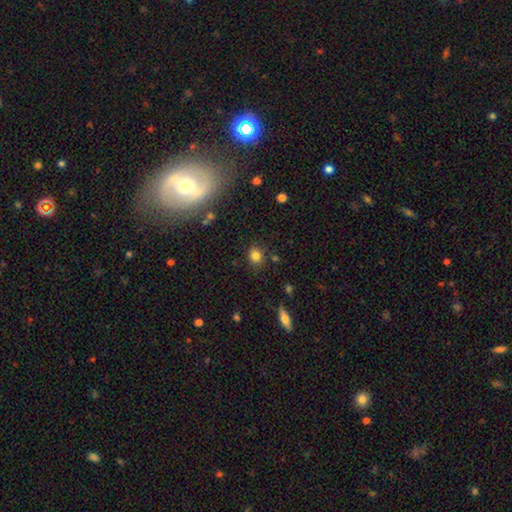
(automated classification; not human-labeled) Smooth or featured? Predicted: smooth (p=0.81). How rounded? Predicted: round (p=0.72). Merging? Predicted: none (p=0.84).